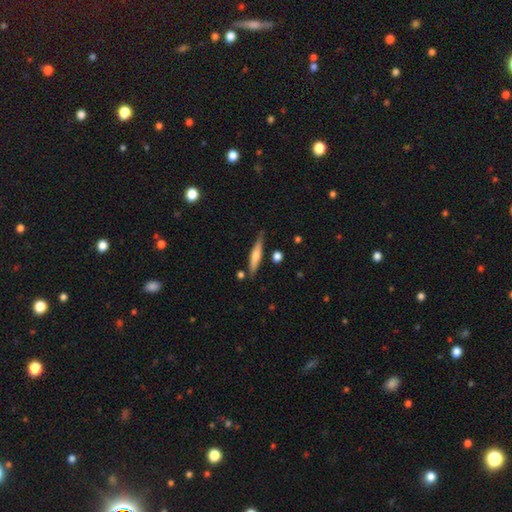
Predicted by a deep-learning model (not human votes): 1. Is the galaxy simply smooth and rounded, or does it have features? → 56% smooth, 39% featured or disk, 6% star or artifact.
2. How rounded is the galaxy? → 88% cigar-shaped, 10% in between, 2% round.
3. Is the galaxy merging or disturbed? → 78% none, 14% minor disturbance, 5% merger, 3% major disturbance.